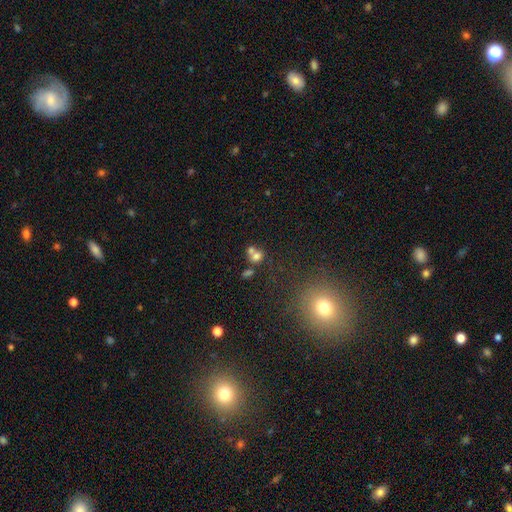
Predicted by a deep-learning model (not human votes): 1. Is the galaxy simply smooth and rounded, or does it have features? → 69% smooth, 16% featured or disk, 15% star or artifact.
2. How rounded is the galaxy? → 66% round, 33% in between, 1% cigar-shaped.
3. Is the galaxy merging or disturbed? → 56% merger, 31% none, 8% minor disturbance, 5% major disturbance.